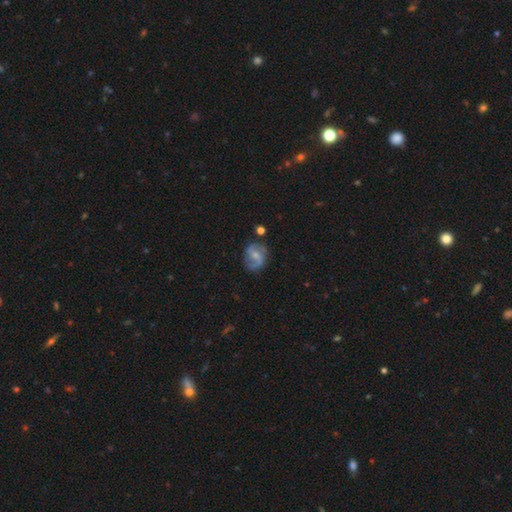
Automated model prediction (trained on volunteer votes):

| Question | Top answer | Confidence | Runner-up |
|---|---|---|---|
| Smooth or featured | featured or disk | 69% | smooth (24%) |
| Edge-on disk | no | 97% | yes (3%) |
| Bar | weak | 52% | no (30%) |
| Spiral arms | yes | 89% | no (11%) |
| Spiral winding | medium | 44% | loose (39%) |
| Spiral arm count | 2 | 82% | can't tell (8%) |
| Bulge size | small | 50% | moderate (35%) |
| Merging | none | 68% | minor disturbance (20%) |